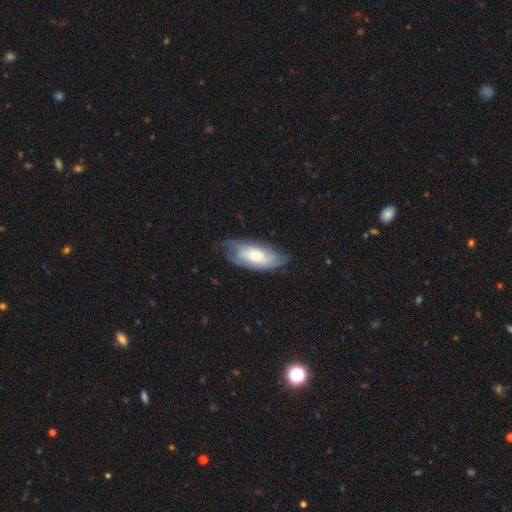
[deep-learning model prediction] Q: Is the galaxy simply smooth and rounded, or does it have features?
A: featured or disk — 54%.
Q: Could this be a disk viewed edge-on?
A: no — 88%.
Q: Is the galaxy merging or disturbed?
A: none — 64%.